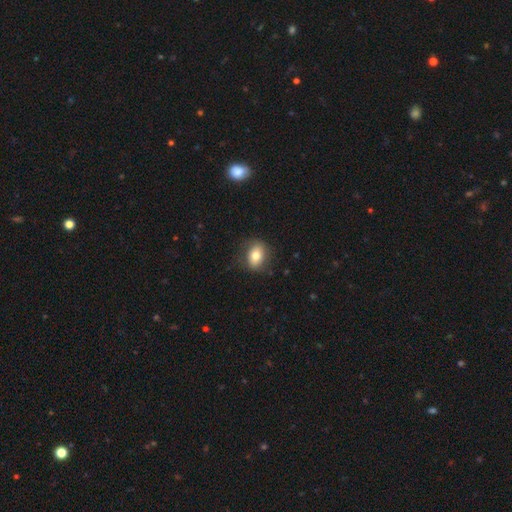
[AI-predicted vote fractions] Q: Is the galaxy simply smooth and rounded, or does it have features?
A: smooth — 76%.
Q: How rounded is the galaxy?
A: in between — 64%.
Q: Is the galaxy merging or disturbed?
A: none — 82%.